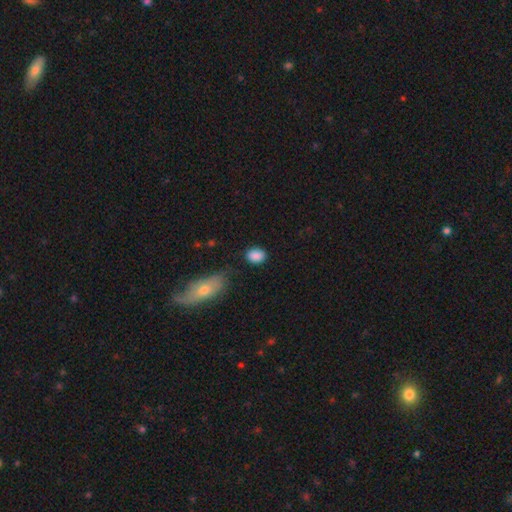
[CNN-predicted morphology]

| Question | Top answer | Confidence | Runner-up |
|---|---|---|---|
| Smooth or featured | smooth | 87% | star or artifact (8%) |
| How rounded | in between | 63% | round (35%) |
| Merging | none | 78% | minor disturbance (15%) |